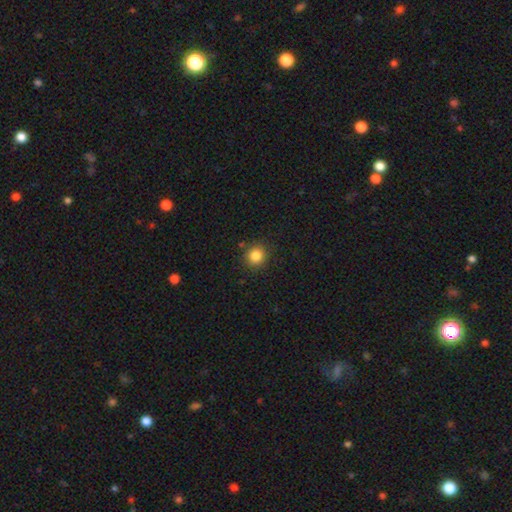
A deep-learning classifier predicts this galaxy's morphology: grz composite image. It shows a smooth galaxy with no disk features (84%) that is round (85%). Merging: none (87%).